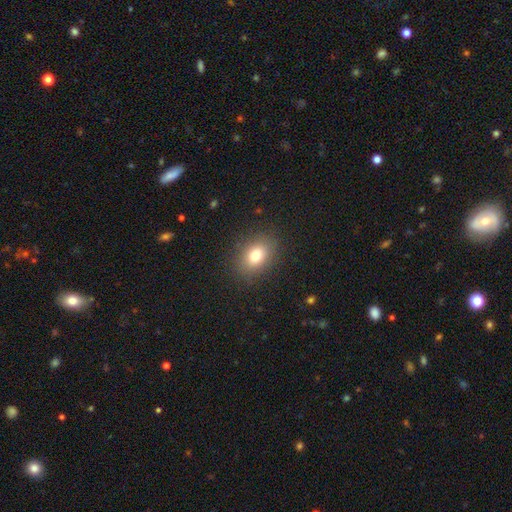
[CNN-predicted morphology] Overall: smooth (77%). How rounded: in between (68%; round 31%). Merging: none (87%).